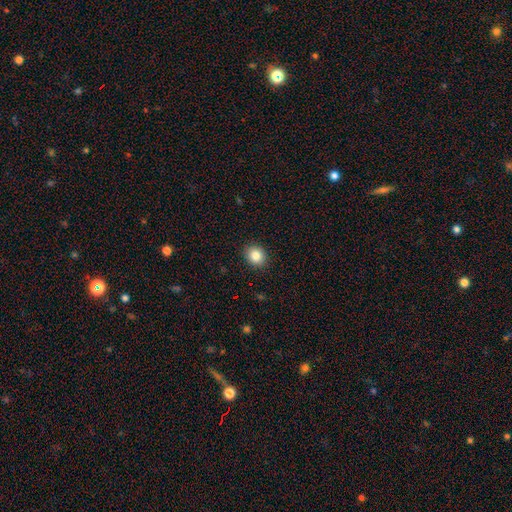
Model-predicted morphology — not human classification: A smooth galaxy with no disk features (84%) that is round (72%). Merging: none (91%).